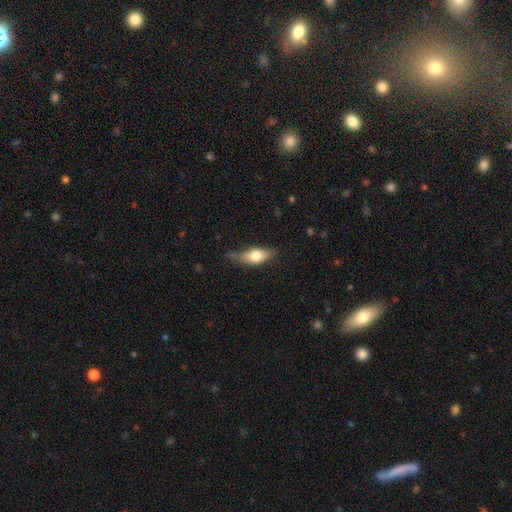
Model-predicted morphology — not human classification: Smooth or featured? smooth (65%)
How rounded? in between (69%)
Merging? none (59%)